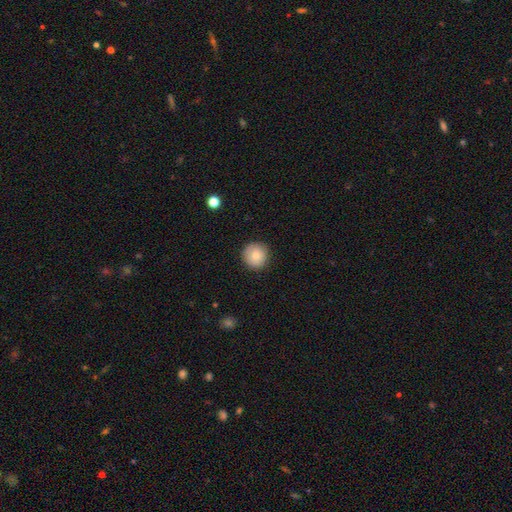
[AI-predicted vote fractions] The model was most divided on "smooth or featured": smooth: 81%, featured or disk: 10%, star or artifact: 9%. More confident: how rounded — round (95%); merging — none (91%).